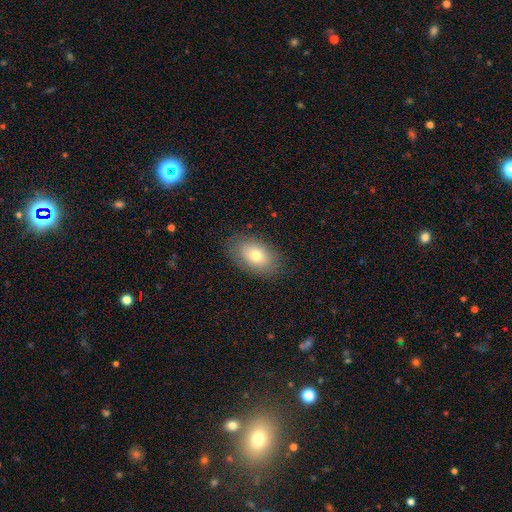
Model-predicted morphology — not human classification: Smooth or featured? smooth (73%)
How rounded? in between (86%)
Merging? none (83%)